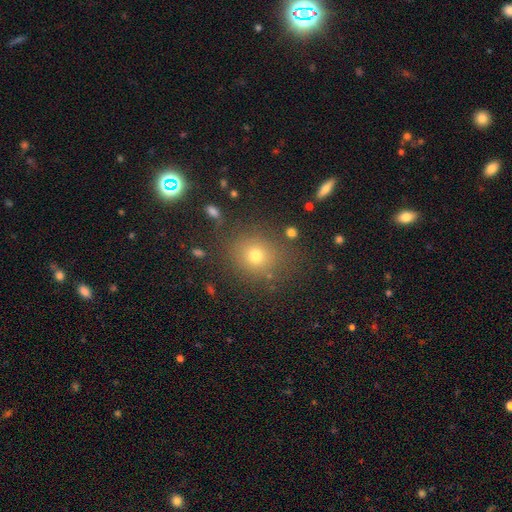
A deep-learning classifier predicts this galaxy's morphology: Smooth or featured: smooth — 69% (star or artifact — 21%)
How rounded: round — 81% (in between — 17%)
Merging: none — 83% (minor disturbance — 10%)